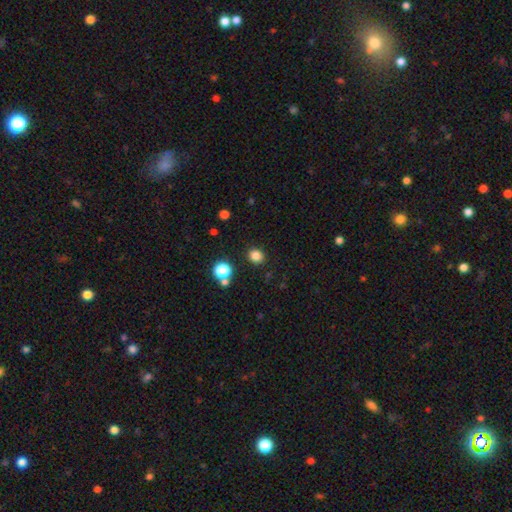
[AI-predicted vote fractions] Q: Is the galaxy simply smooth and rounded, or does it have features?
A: smooth — 82%.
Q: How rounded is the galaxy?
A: round — 78%.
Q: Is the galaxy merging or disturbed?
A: none — 88%.